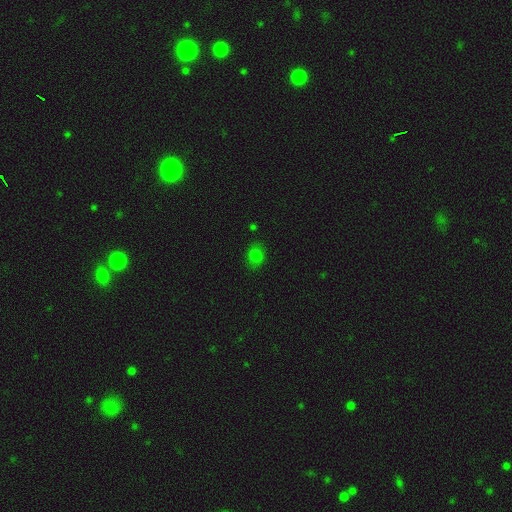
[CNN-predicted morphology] Smooth or featured?
  - smooth: 76% *
  - star or artifact: 18%
  - featured or disk: 7%
How rounded?
  - in between: 50% *
  - round: 49%
  - cigar-shaped: 1%
Merging?
  - none: 78% *
  - minor disturbance: 15%
  - major disturbance: 4%
  - merger: 2%